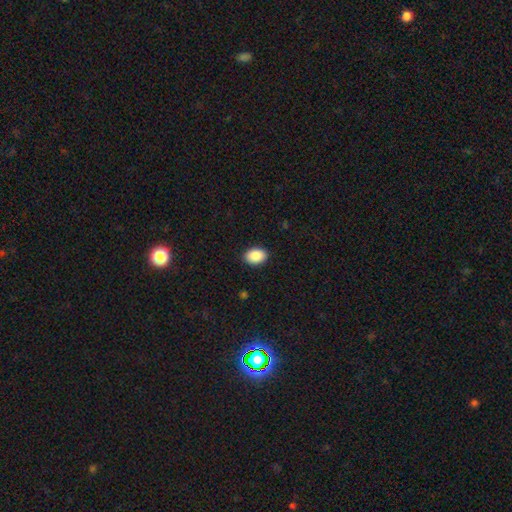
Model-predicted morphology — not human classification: This is clearly a smooth galaxy (90%). How rounded: clearly in between (81%). Merging: clearly none (90%).